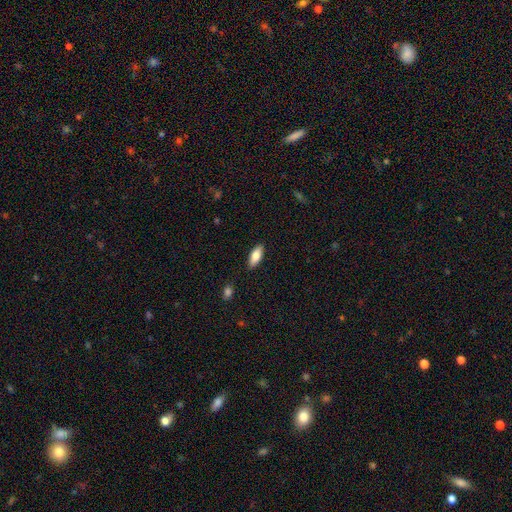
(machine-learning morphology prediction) smooth_or_featured: smooth (p=0.77) [alt: featured or disk p=0.17]
how_rounded: in between (p=0.77) [alt: cigar-shaped p=0.21]
merging: none (p=0.88) [alt: minor disturbance p=0.09]